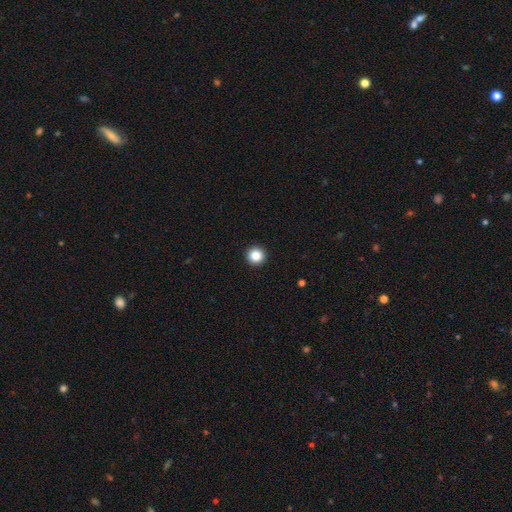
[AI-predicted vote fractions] Smooth or featured: smooth — 86% (star or artifact — 10%)
How rounded: round — 96% (in between — 3%)
Merging: none — 94% (minor disturbance — 4%)